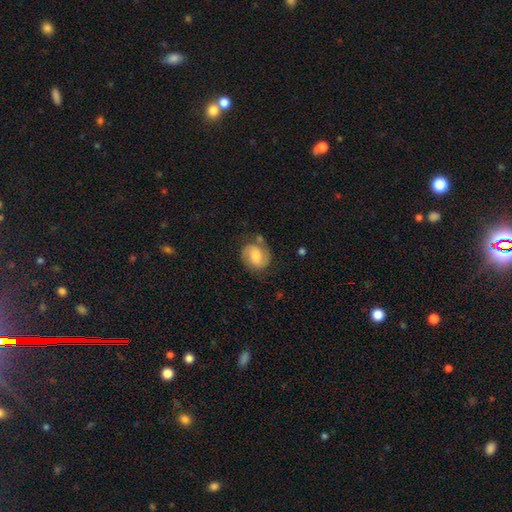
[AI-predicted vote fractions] smooth 46% (tied), featured or disk 46% (tied), star or artifact 8%. Down the decision tree: merging — none (65%).